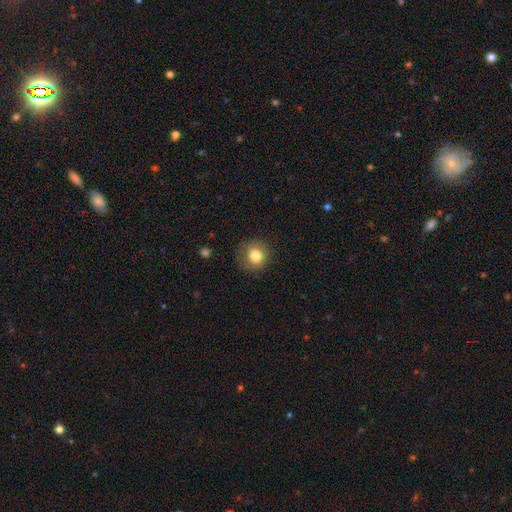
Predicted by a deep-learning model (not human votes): This appears to be a smooth galaxy with no disk features (80%) that is round (86%). Merging: none (80%).